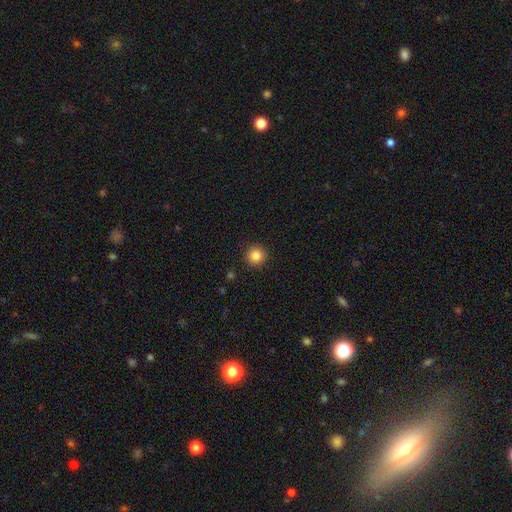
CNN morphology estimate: Smooth or featured: smooth — 86% (star or artifact — 10%)
How rounded: round — 95% (in between — 4%)
Merging: none — 92% (minor disturbance — 5%)